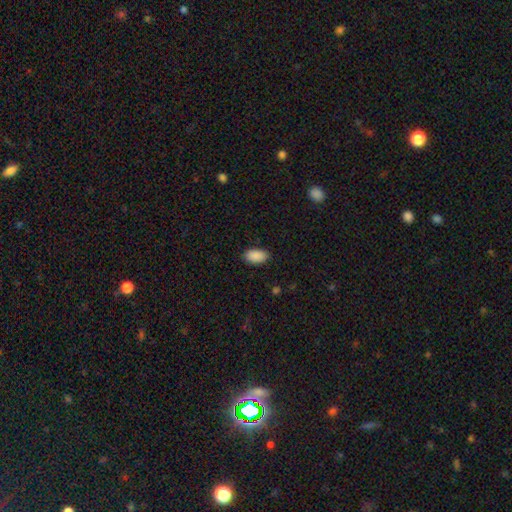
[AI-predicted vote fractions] smooth 90%, star or artifact 7%, featured or disk 3%. Down the decision tree: how rounded — in between (95%); merging — none (87%).